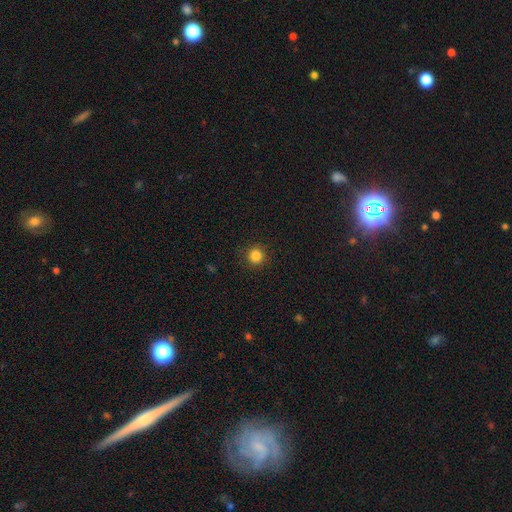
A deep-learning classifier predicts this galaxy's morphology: Smooth or featured?
  - smooth: 85% *
  - star or artifact: 12%
  - featured or disk: 4%
How rounded?
  - round: 94% *
  - in between: 5%
  - cigar-shaped: 1%
Merging?
  - none: 90% *
  - minor disturbance: 6%
  - major disturbance: 2%
  - merger: 1%